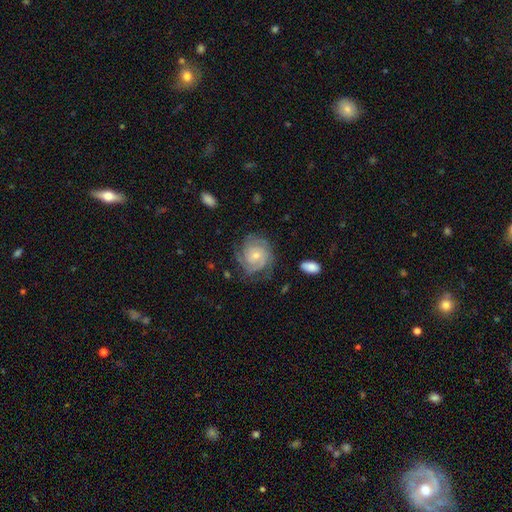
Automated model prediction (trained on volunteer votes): Smooth or featured?
  - featured or disk: 81% *
  - smooth: 13%
  - star or artifact: 6%
Edge-on disk?
  - no: 98% *
  - yes: 2%
Bar?
  - no: 70% *
  - weak: 26%
  - strong: 4%
Spiral arms?
  - yes: 95% *
  - no: 5%
Spiral winding?
  - tight: 68% *
  - medium: 26%
  - loose: 6%
Spiral arm count?
  - can't tell: 29% *
  - 3: 28%
  - 2: 20%
  - 4: 13%
  - more than 4: 5%
  - 1: 5%
Bulge size?
  - small: 59% *
  - moderate: 36%
  - large: 2%
  - none: 2%
  - dominant: 1%
Merging?
  - none: 71% *
  - minor disturbance: 19%
  - major disturbance: 9%
  - merger: 2%